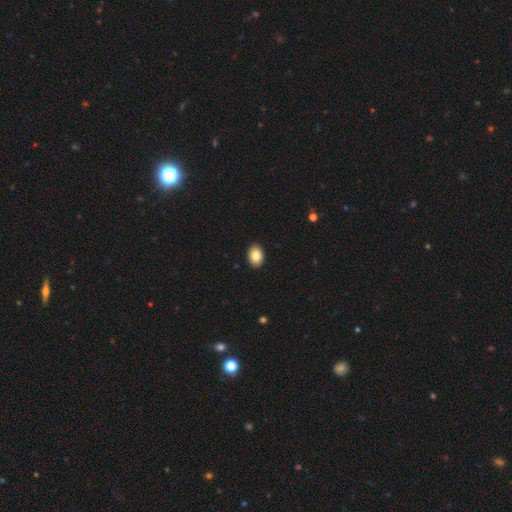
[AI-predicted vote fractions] A smooth galaxy with no disk features (85%) that is in between round and cigar-shaped (77%). Merging: none (92%).